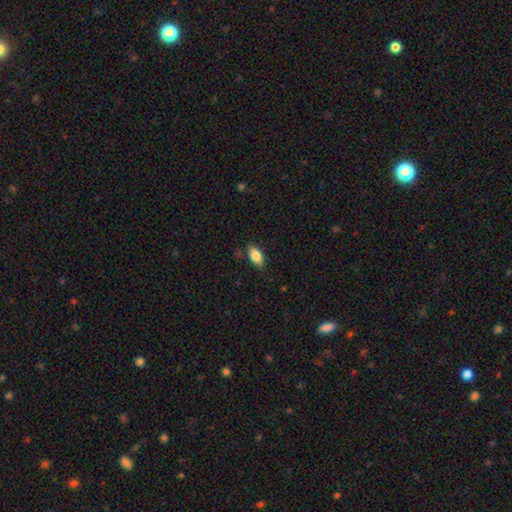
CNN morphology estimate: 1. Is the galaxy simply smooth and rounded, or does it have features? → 83% smooth, 10% featured or disk, 7% star or artifact.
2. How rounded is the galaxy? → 90% in between, 7% cigar-shaped, 3% round.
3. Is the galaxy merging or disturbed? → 80% none, 15% minor disturbance, 3% major disturbance, 2% merger.